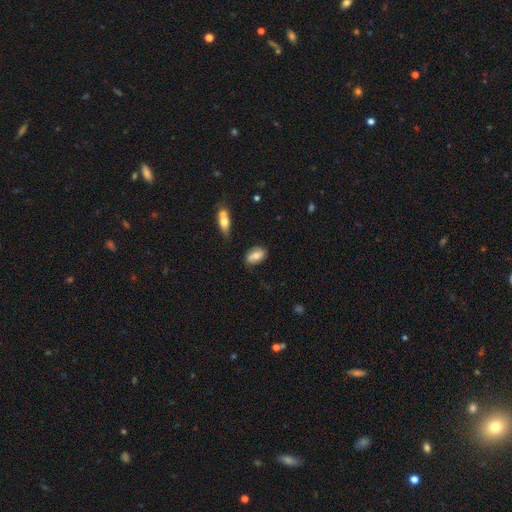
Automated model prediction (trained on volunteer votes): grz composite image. It shows a smooth galaxy with no disk features (55%) that is in between round and cigar-shaped (86%). Merging: none (73%).